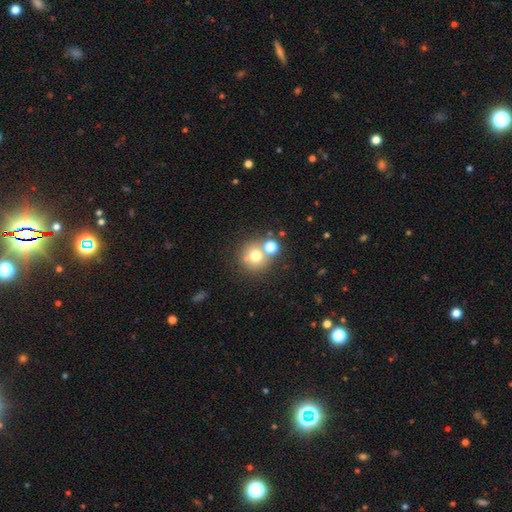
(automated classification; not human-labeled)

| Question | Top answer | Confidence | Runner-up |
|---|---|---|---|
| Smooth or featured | smooth | 71% | star or artifact (15%) |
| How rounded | round | 90% | in between (9%) |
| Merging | none | 60% | merger (28%) |